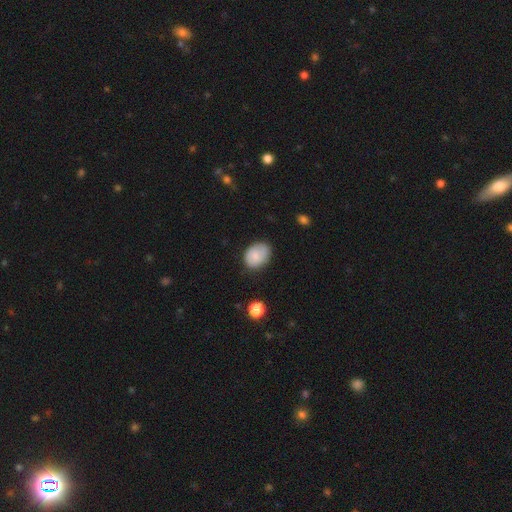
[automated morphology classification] Smooth or featured? Predicted: smooth (p=0.81). How rounded? Predicted: in between (p=0.70). Merging? Predicted: none (p=0.71).